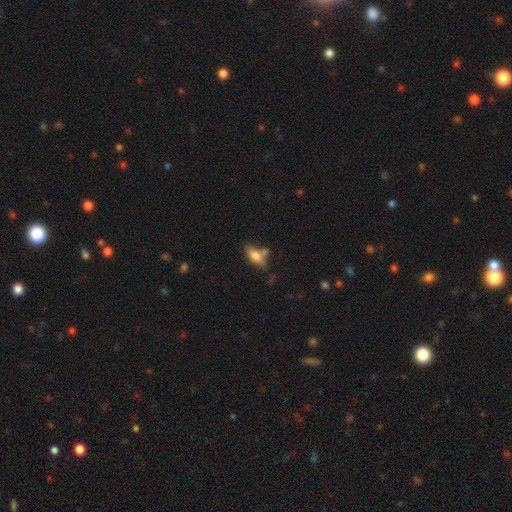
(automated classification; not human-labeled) A smooth galaxy with no disk features (72%) that is in between round and cigar-shaped (76%). Merging: none (56%).